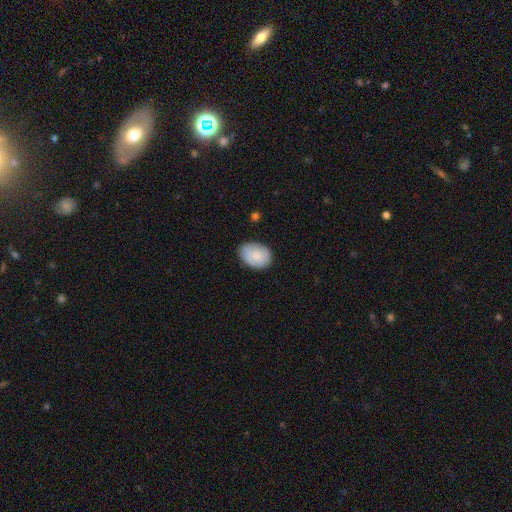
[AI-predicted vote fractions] smooth-or-featured: smooth: 78% | featured or disk: 16% | star or artifact: 6%
  how-rounded: in between: 77% | round: 22% | cigar-shaped: 1%
  merging: none: 75% | minor disturbance: 20% | major disturbance: 4% | merger: 1%